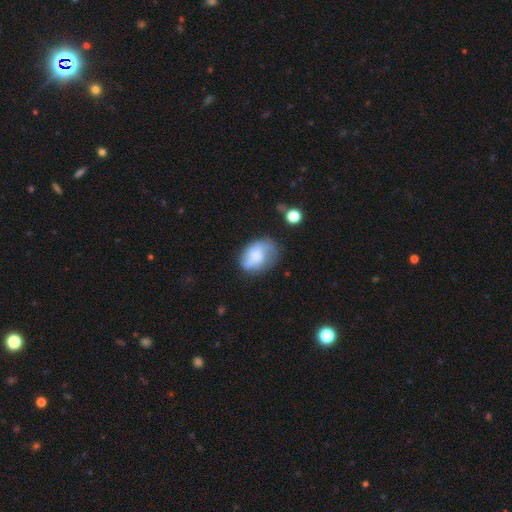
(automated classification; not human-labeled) The model was most divided on "merging": none: 49%, minor disturbance: 30%, major disturbance: 17%, merger: 5%. More confident: how rounded — in between (71%); smooth or featured — smooth (56%).